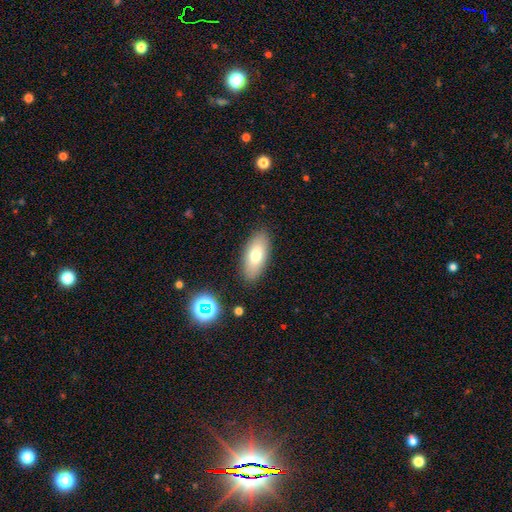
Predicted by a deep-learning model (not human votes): Smooth or featured: smooth — 72% (featured or disk — 19%)
How rounded: in between — 86% (cigar-shaped — 11%)
Merging: none — 87% (minor disturbance — 9%)